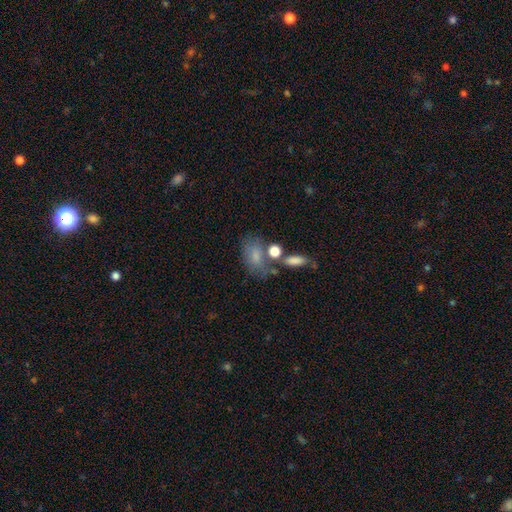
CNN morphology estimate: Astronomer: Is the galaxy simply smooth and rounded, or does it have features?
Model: smooth — 73%.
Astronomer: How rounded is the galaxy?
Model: in between — 83%.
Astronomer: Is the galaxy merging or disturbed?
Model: none — 49%.